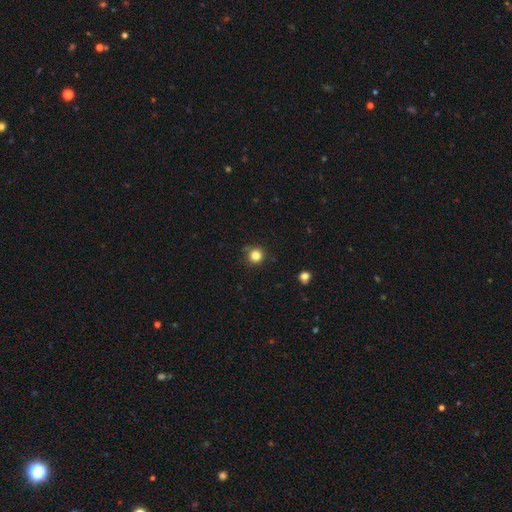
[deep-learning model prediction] Smooth or featured? smooth (82%)
How rounded? round (94%)
Merging? none (80%)